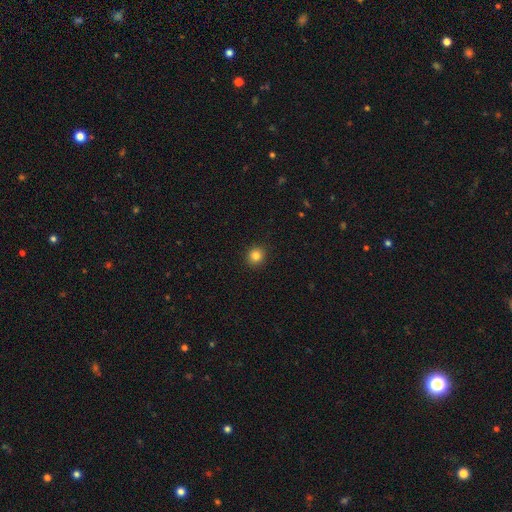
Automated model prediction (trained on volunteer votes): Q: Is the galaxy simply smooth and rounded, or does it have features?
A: smooth — 83%.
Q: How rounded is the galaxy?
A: round — 91%.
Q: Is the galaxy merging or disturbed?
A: none — 92%.